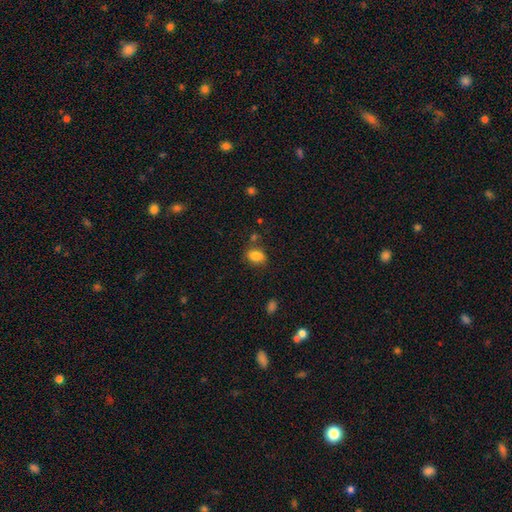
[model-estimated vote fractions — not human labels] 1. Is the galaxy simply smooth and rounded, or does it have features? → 82% smooth, 9% star or artifact, 9% featured or disk.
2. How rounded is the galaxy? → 76% in between, 22% round, 2% cigar-shaped.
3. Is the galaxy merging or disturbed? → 70% none, 18% minor disturbance, 7% merger, 5% major disturbance.